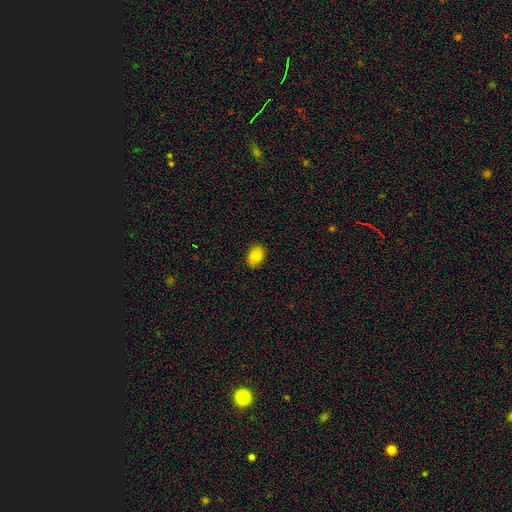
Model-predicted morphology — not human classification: smooth_or_featured: smooth (p=0.85) [alt: star or artifact p=0.08]
how_rounded: in between (p=0.78) [alt: round p=0.21]
merging: none (p=0.83) [alt: minor disturbance p=0.13]